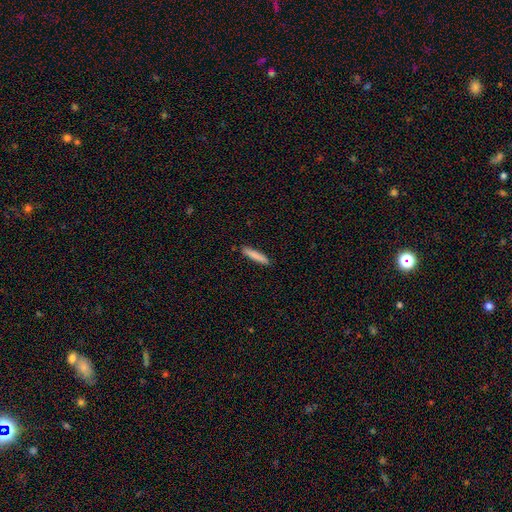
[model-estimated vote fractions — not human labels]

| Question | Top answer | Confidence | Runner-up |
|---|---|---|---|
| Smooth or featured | smooth | 85% | featured or disk (10%) |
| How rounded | cigar-shaped | 91% | in between (8%) |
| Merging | none | 90% | minor disturbance (8%) |